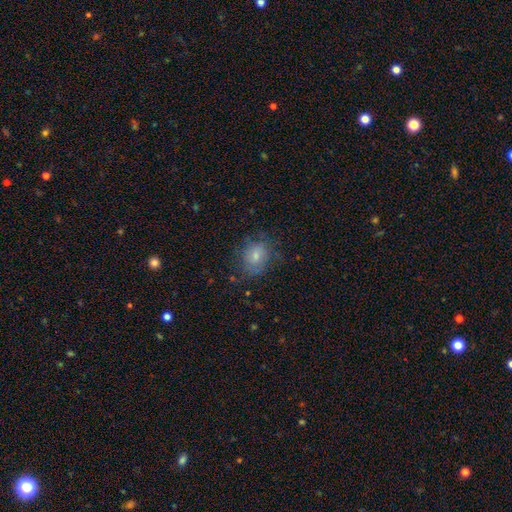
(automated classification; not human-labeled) Smooth or featured? smooth (68%)
How rounded? round (60%)
Merging? none (66%)